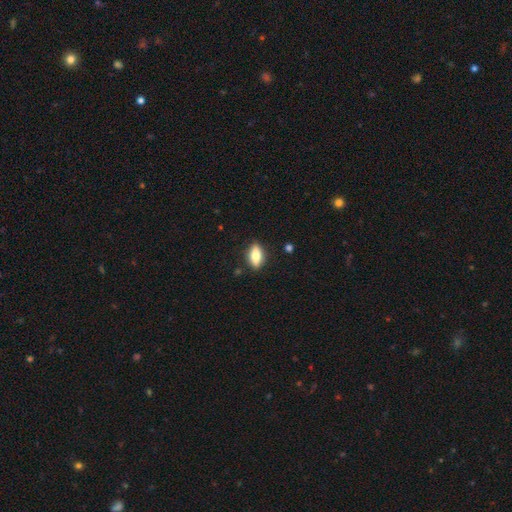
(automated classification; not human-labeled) Smooth or featured? Predicted: smooth (p=0.70). How rounded? Predicted: in between (p=0.78). Merging? Predicted: none (p=0.85).